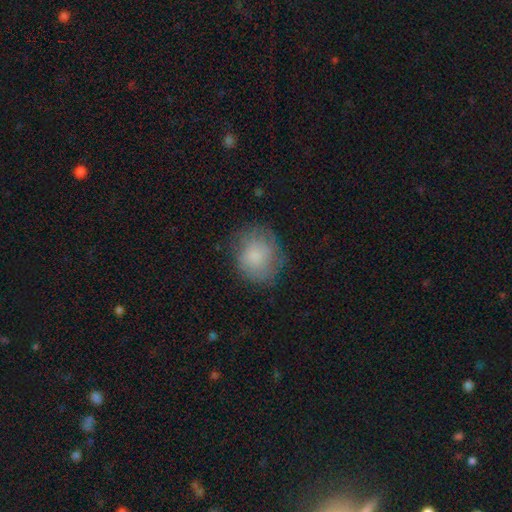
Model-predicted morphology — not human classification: Q: Smooth or featured?
A: smooth (76%); runner-up: featured or disk (15%)
Q: How rounded?
A: round (77%); runner-up: in between (22%)
Q: Merging?
A: none (69%); runner-up: minor disturbance (21%)